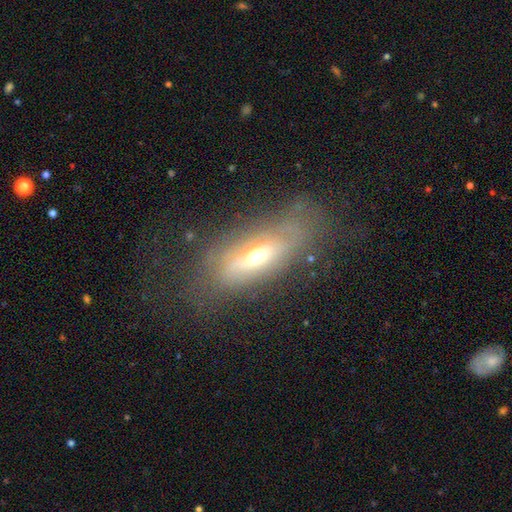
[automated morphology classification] smooth_or_featured: featured or disk (p=0.57) [alt: smooth p=0.34]
disk_edge_on: no (p=0.65) [alt: yes p=0.35]
merging: none (p=0.56) [alt: minor disturbance p=0.24]